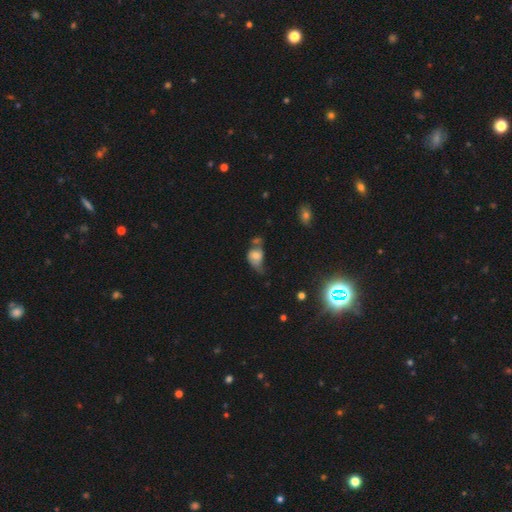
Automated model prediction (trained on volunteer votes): Q: Smooth or featured?
A: smooth (58%); runner-up: featured or disk (29%)
Q: How rounded?
A: in between (65%); runner-up: round (33%)
Q: Merging?
A: minor disturbance (28%); runner-up: major disturbance (26%)